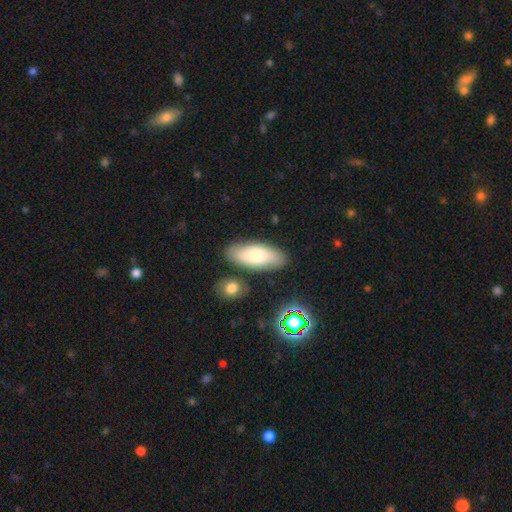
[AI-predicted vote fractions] Smooth or featured: smooth — 75% (featured or disk — 18%)
How rounded: in between — 80% (cigar-shaped — 18%)
Merging: none — 79% (minor disturbance — 13%)